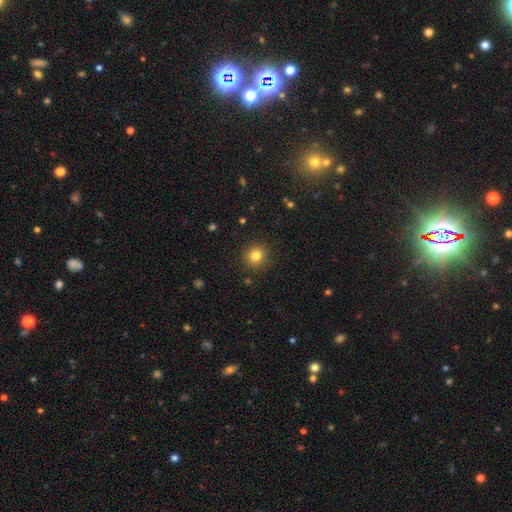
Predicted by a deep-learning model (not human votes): A smooth galaxy with no disk features (82%) that is round (93%). Merging: none (90%).